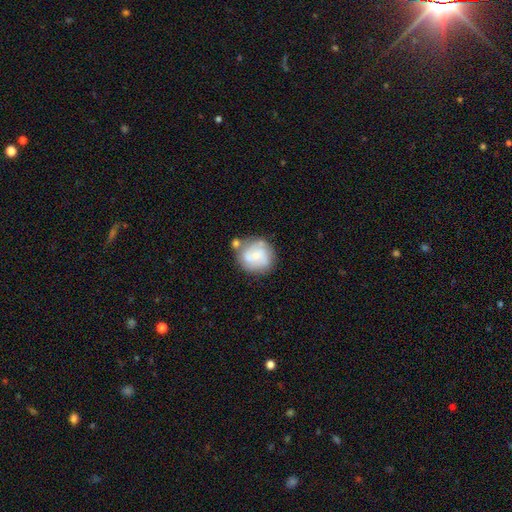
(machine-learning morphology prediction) A smooth galaxy with no disk features (46%, tied with featured or disk).

Vote fractions:
- Smooth or featured? smooth: 46% (tied) / featured or disk: 46% (tied) / star or artifact: 8%
- Merging? none: 51% / minor disturbance: 21% / merger: 18% / major disturbance: 11%